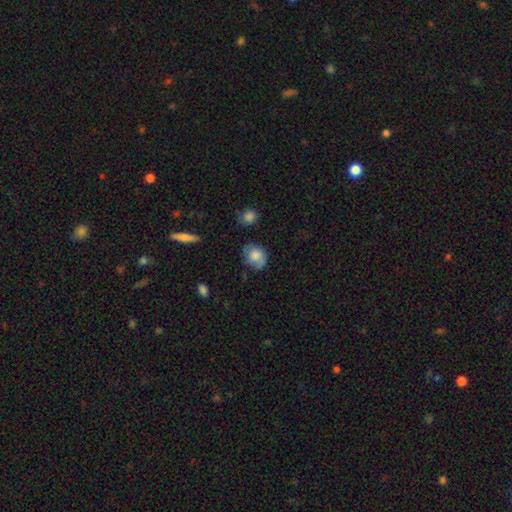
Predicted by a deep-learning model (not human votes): This is possibly a smooth galaxy (57%). How rounded: possibly round (57%). Merging: likely none (66%).